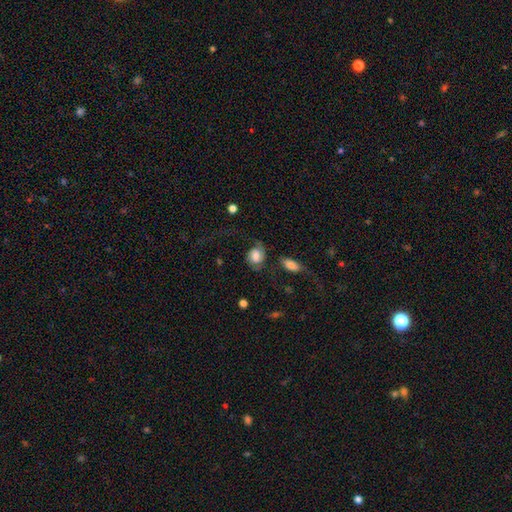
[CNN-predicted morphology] Overall: featured or disk (48%; smooth 43%). Merging: none (44%; major disturbance 29%).